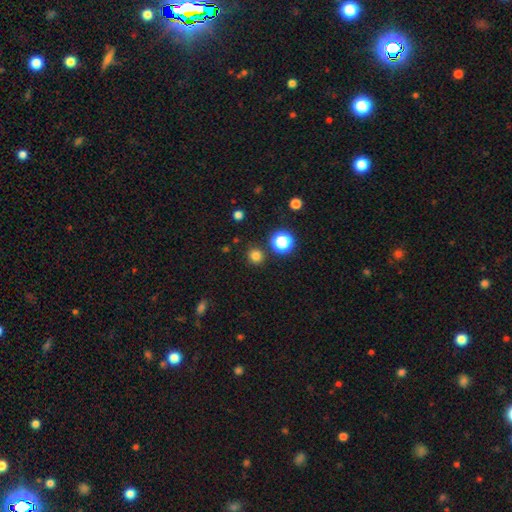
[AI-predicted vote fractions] This is likely a smooth galaxy (78%). How rounded: clearly round (92%). Merging: clearly none (88%).